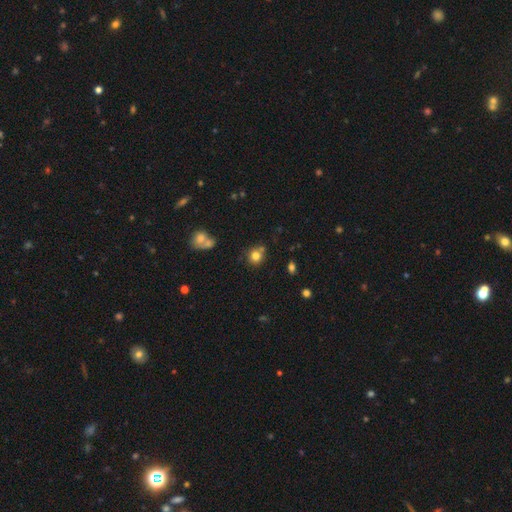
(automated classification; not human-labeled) Smooth or featured? Predicted: smooth (p=0.80). How rounded? Predicted: round (p=0.85). Merging? Predicted: none (p=0.69).